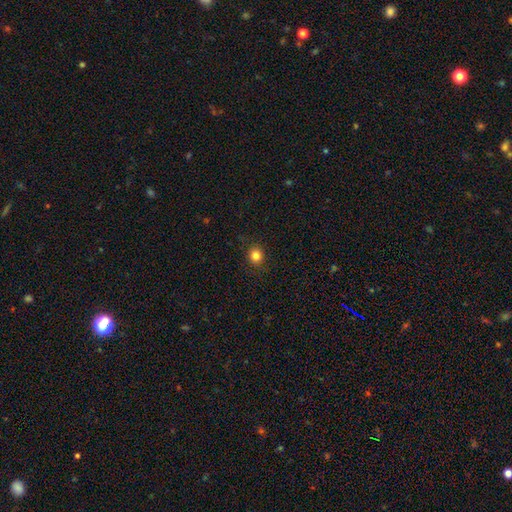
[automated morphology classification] A smooth galaxy with no disk features (83%) that is round (83%).

Vote fractions:
- Smooth or featured? smooth: 83% / star or artifact: 12% / featured or disk: 5%
- How rounded? round: 83% / in between: 16% / cigar-shaped: 1%
- Merging? none: 90% / minor disturbance: 7% / major disturbance: 2% / merger: 1%